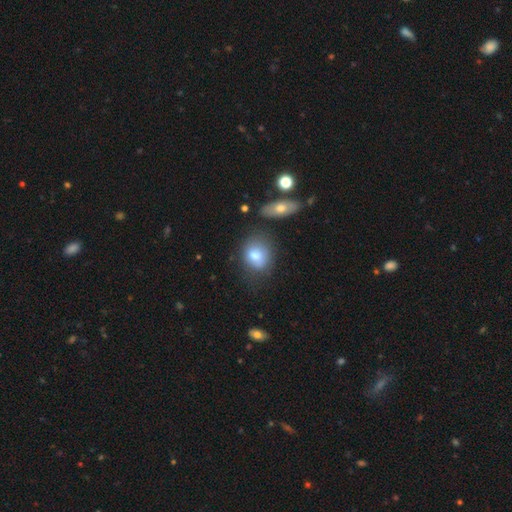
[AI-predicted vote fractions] The model was most divided on "how rounded": in between: 51%, round: 48%, cigar-shaped: 2%. More confident: smooth or featured — smooth (79%); merging — none (57%).